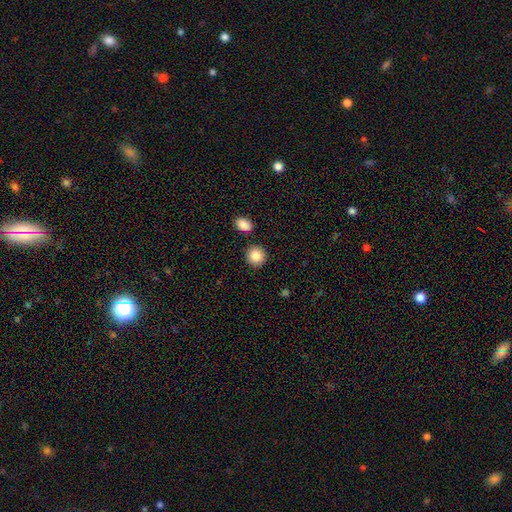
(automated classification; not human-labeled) This appears to be a smooth galaxy with no disk features (87%) that is round (91%). Merging: none (88%).